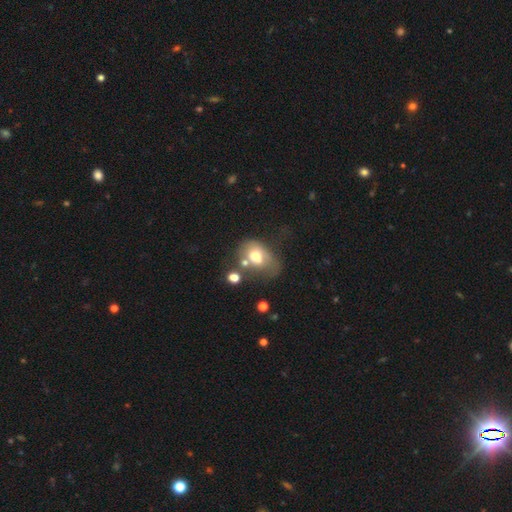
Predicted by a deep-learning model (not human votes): smooth 60%, featured or disk 30%, star or artifact 10%. Down the decision tree: how rounded — in between (63%); merging — merger (27%).